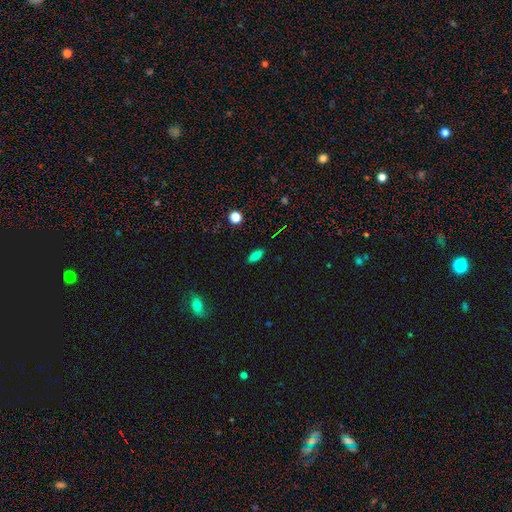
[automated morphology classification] Smooth or featured? Predicted: smooth (p=0.81). How rounded? Predicted: in between (p=0.78). Merging? Predicted: none (p=0.87).